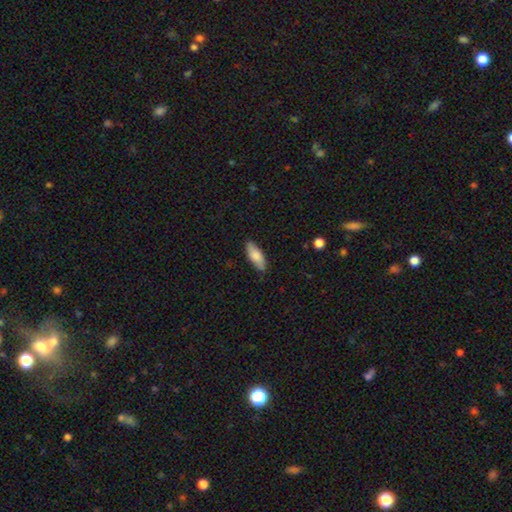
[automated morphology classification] Overall: smooth (80%). How rounded: in between (75%). Merging: none (84%).